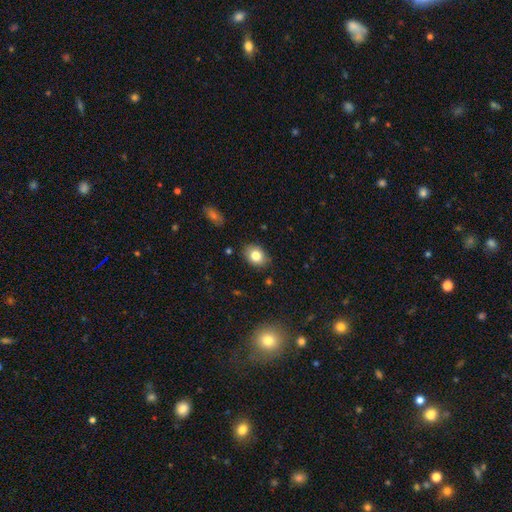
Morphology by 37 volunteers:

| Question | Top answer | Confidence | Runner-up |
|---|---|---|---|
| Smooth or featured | smooth | 86% | star or artifact (8%) |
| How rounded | in between | 69% | round (31%) |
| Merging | none | 85% | minor disturbance (6%) |